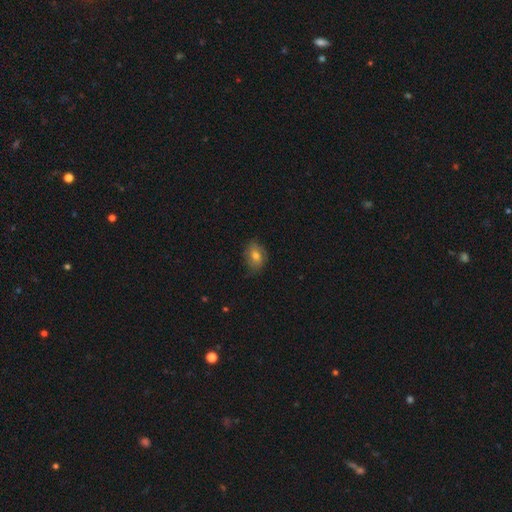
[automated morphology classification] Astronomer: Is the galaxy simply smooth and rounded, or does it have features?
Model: smooth — 66%.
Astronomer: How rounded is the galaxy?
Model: in between — 77%.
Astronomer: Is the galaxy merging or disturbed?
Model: none — 73%.